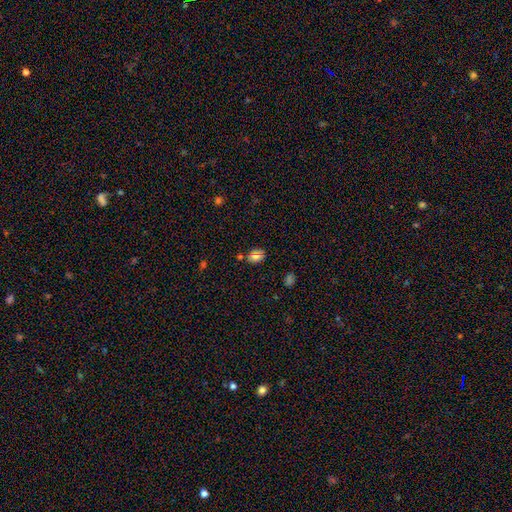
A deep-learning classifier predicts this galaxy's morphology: This appears to be a smooth galaxy with no disk features (67%) that is in between round and cigar-shaped (64%). Merging: none (77%).